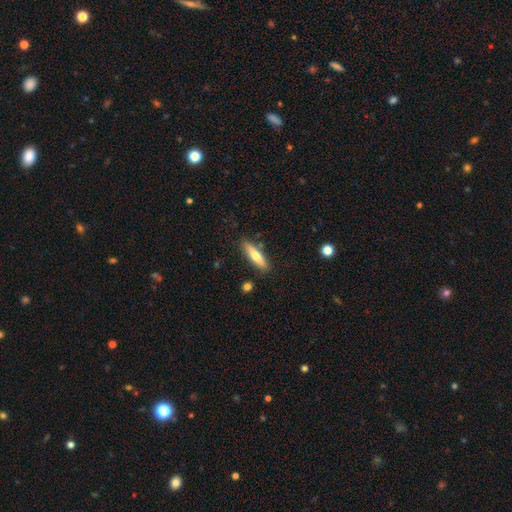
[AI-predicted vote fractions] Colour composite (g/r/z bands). It shows a smooth galaxy with no disk features (60%) that is cigar-shaped (73%). Merging: none (84%).